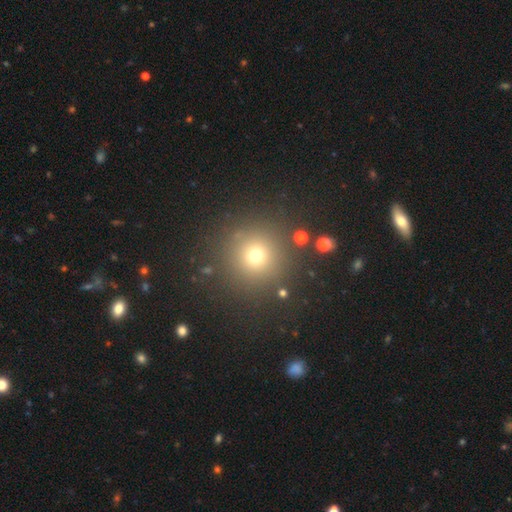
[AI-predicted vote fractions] The model was most divided on "smooth or featured": smooth: 69%, star or artifact: 22%, featured or disk: 9%. More confident: how rounded — round (95%); merging — none (87%).